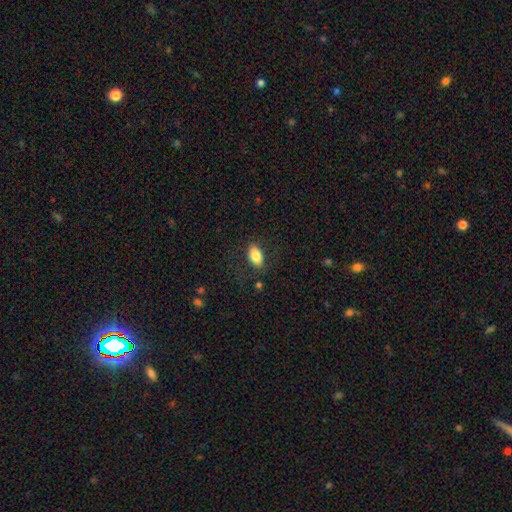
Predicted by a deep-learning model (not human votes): smooth-or-featured: smooth: 83% | featured or disk: 10% | star or artifact: 8%
  how-rounded: in between: 91% | round: 6% | cigar-shaped: 3%
  merging: none: 83% | minor disturbance: 12% | major disturbance: 4% | merger: 1%